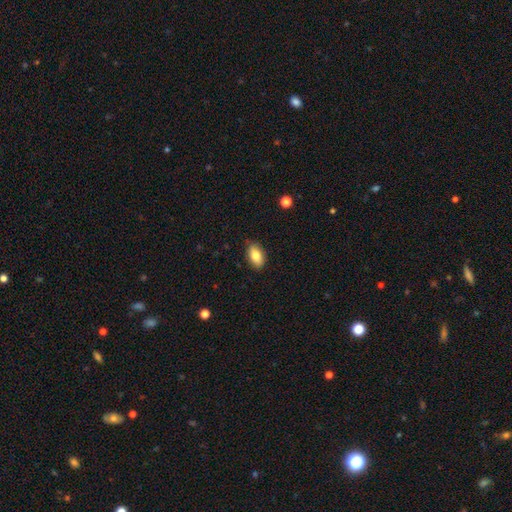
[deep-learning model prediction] This is clearly a smooth galaxy (82%). How rounded: clearly in between (91%). Merging: clearly none (85%).